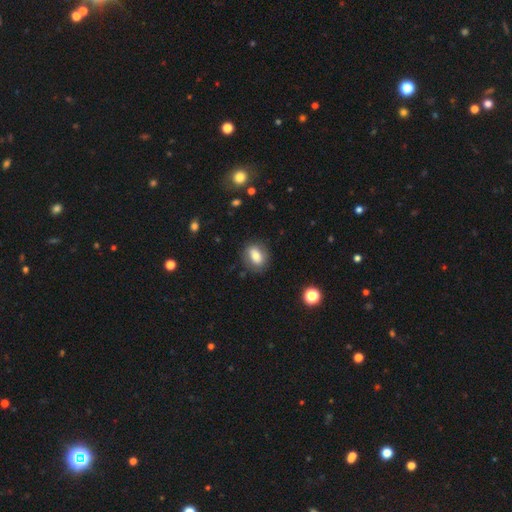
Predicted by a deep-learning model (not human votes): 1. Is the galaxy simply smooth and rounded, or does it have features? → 73% smooth, 19% featured or disk, 8% star or artifact.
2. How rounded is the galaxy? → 74% in between, 24% round, 2% cigar-shaped.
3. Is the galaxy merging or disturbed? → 79% none, 15% minor disturbance, 5% major disturbance, 2% merger.